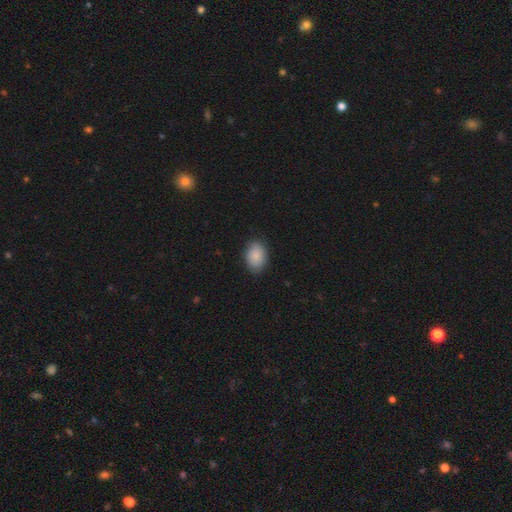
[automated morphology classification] type=smooth (88%); roundness=in between (82%); merging=none (85%).